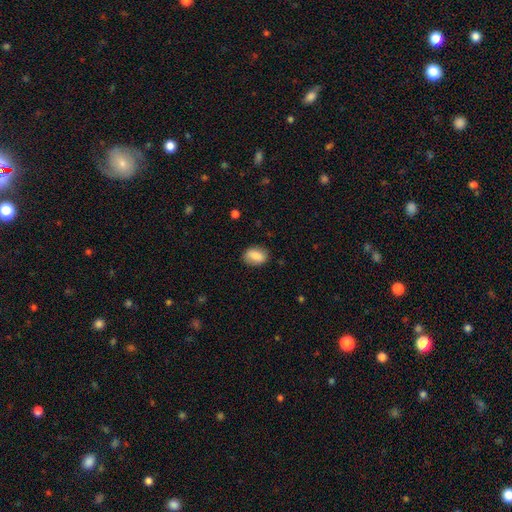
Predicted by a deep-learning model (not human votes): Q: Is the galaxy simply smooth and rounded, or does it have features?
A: smooth — 84%.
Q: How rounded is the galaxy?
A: in between — 80%.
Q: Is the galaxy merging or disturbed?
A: none — 80%.